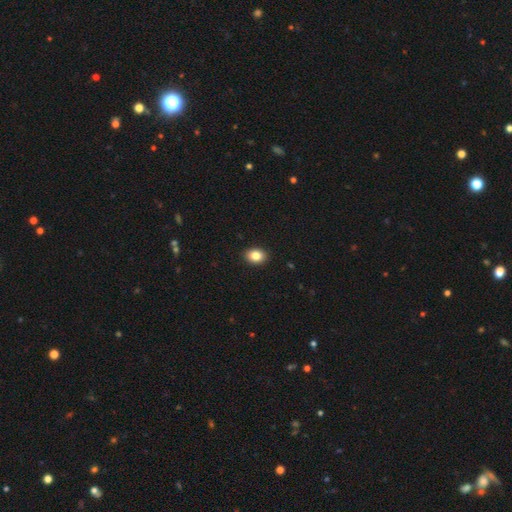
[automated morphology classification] A smooth galaxy with no disk features (85%) that is in between round and cigar-shaped (70%).

Vote fractions:
- Smooth or featured? smooth: 85% / star or artifact: 9% / featured or disk: 6%
- How rounded? in between: 70% / round: 29% / cigar-shaped: 1%
- Merging? none: 91% / minor disturbance: 6% / major disturbance: 2% / merger: 1%